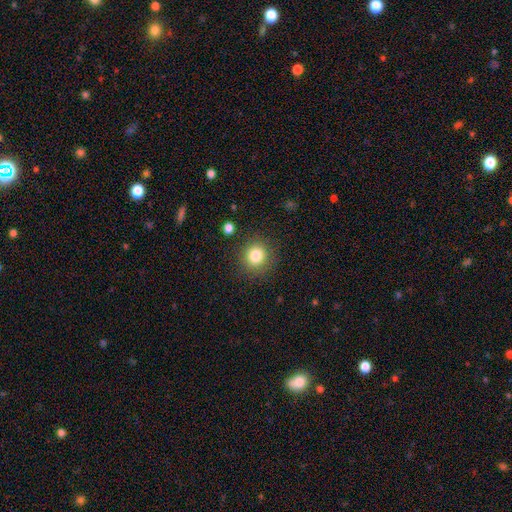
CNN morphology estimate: type=smooth (81%); roundness=round (89%); merging=none (86%).